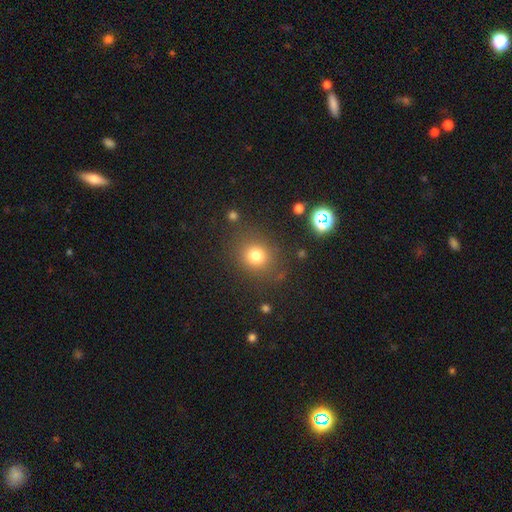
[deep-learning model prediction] This is likely a smooth galaxy (77%). How rounded: clearly round (81%). Merging: clearly none (82%).